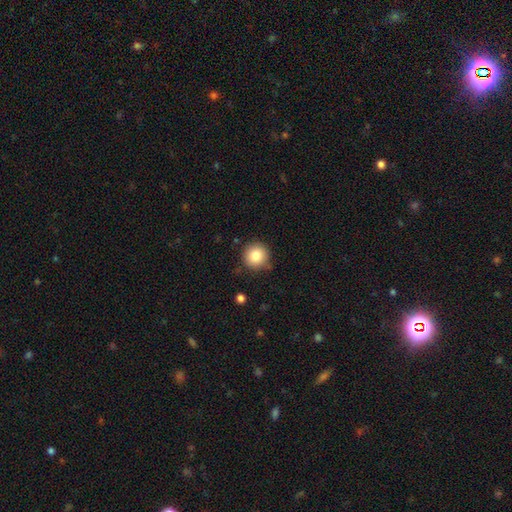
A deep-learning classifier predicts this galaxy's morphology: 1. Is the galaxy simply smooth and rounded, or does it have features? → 84% smooth, 10% star or artifact, 7% featured or disk.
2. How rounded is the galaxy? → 94% round, 5% in between, 1% cigar-shaped.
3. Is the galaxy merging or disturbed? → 86% none, 10% minor disturbance, 2% major disturbance, 2% merger.